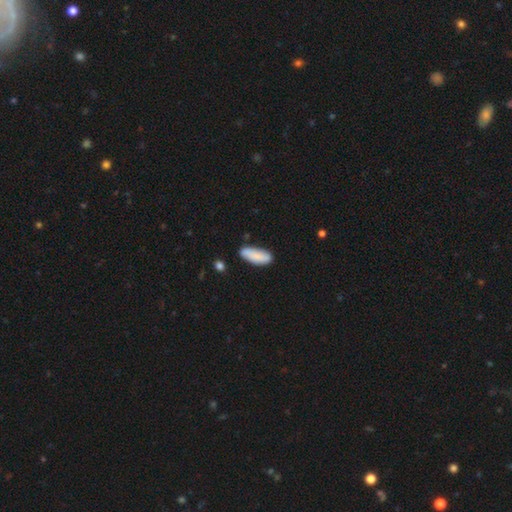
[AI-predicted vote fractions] smooth 85%, featured or disk 9%, star or artifact 6%. Down the decision tree: how rounded — in between (66%); merging — none (76%).